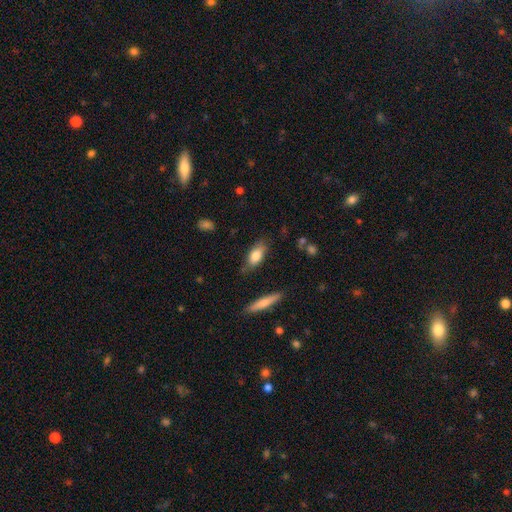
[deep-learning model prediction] This appears to be a smooth galaxy with no disk features (77%) that is in between round and cigar-shaped (78%). Merging: none (74%).